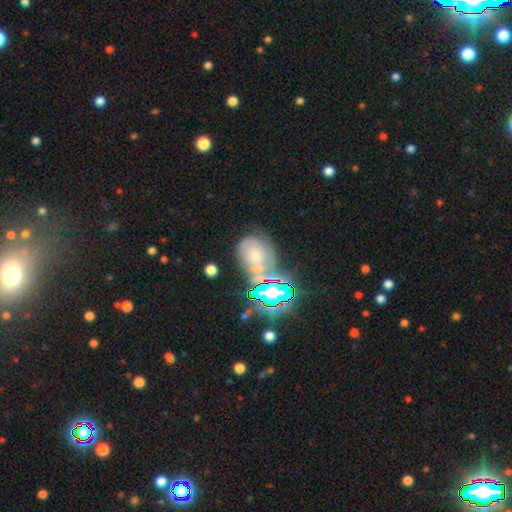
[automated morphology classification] Smooth or featured?
  - smooth: 39% *
  - featured or disk: 31%
  - star or artifact: 30%
Merging?
  - none: 45% *
  - merger: 22%
  - minor disturbance: 21%
  - major disturbance: 12%